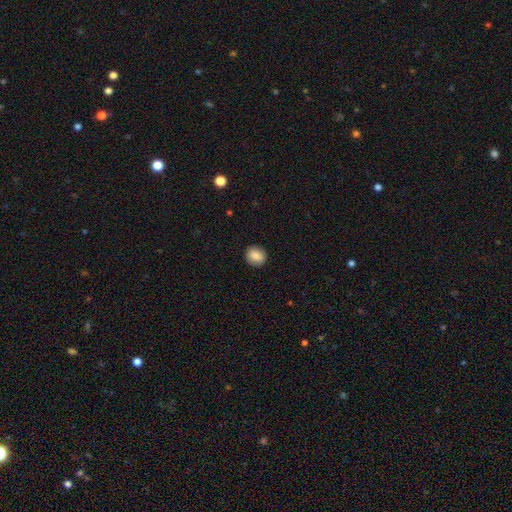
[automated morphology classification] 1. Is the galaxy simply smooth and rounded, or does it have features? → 86% smooth, 8% star or artifact, 6% featured or disk.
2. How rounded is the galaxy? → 74% round, 25% in between, 1% cigar-shaped.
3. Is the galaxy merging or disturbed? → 89% none, 8% minor disturbance, 2% major disturbance, 1% merger.